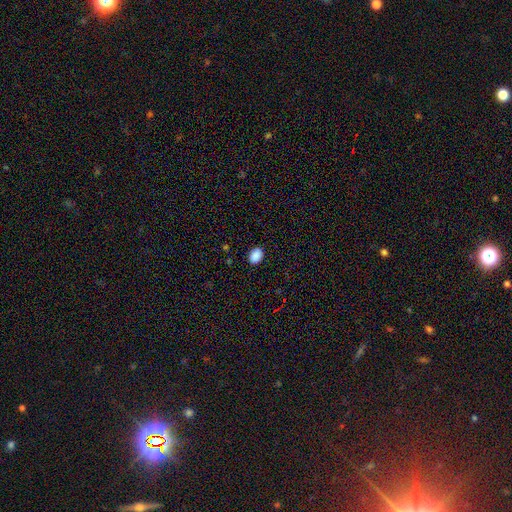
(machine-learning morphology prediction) smooth 89%, star or artifact 8%, featured or disk 3%. Down the decision tree: how rounded — in between (72%); merging — none (89%).